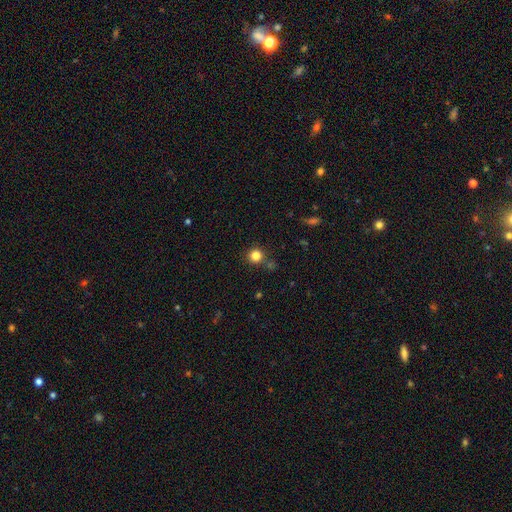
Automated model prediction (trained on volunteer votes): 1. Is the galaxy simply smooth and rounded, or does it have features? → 83% smooth, 13% star or artifact, 5% featured or disk.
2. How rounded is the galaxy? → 93% round, 6% in between, 1% cigar-shaped.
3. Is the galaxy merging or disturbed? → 82% none, 8% minor disturbance, 7% merger, 3% major disturbance.